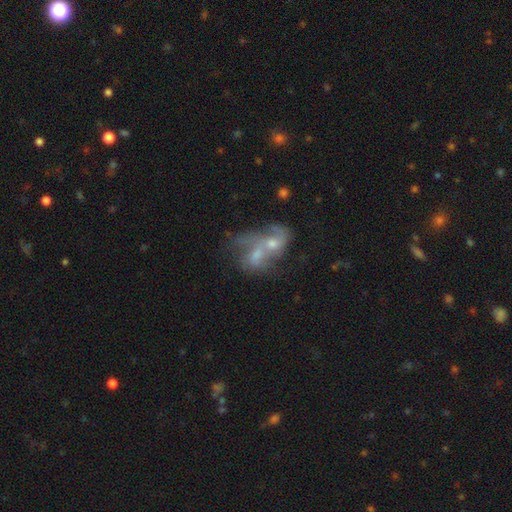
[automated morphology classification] Q: Smooth or featured?
A: featured or disk (60%); runner-up: smooth (30%)
Q: Edge-on disk?
A: no (96%); runner-up: yes (4%)
Q: Bar?
A: no (69%); runner-up: weak (25%)
Q: Spiral arms?
A: yes (61%); runner-up: no (39%)
Q: Bulge size?
A: moderate (52%); runner-up: small (31%)
Q: Merging?
A: merger (69%); runner-up: none (13%)